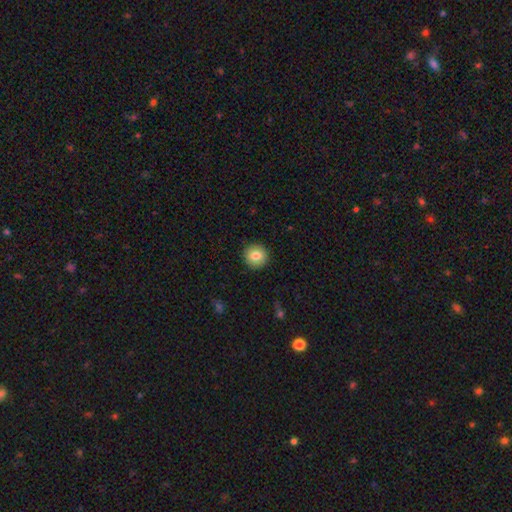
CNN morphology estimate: This appears to be a smooth galaxy with no disk features (82%) that is round (92%). Merging: none (91%).